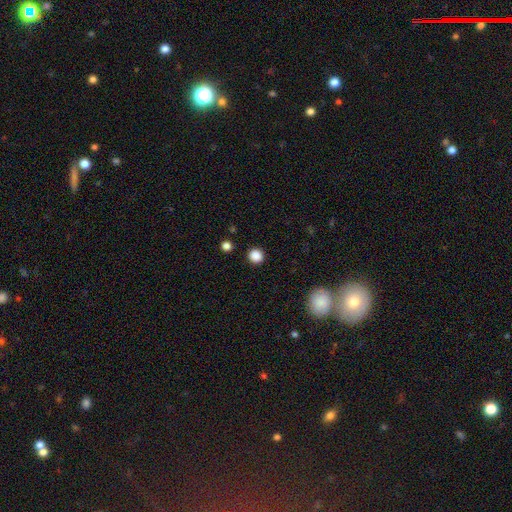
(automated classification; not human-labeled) Smooth or featured? Predicted: smooth (p=0.87). How rounded? Predicted: round (p=0.92). Merging? Predicted: none (p=0.91).